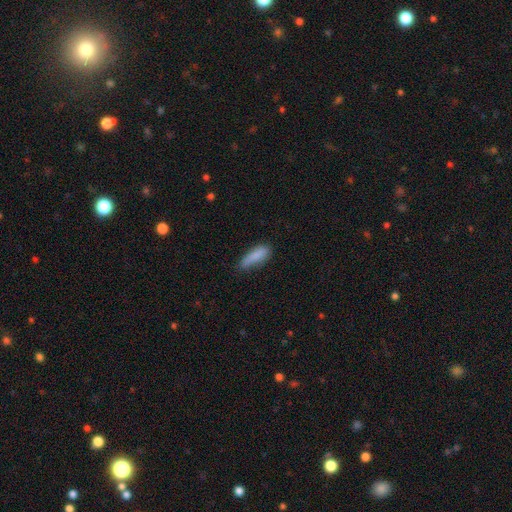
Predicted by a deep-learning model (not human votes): Smooth or featured? smooth (83%)
How rounded? cigar-shaped (54%)
Merging? none (56%)